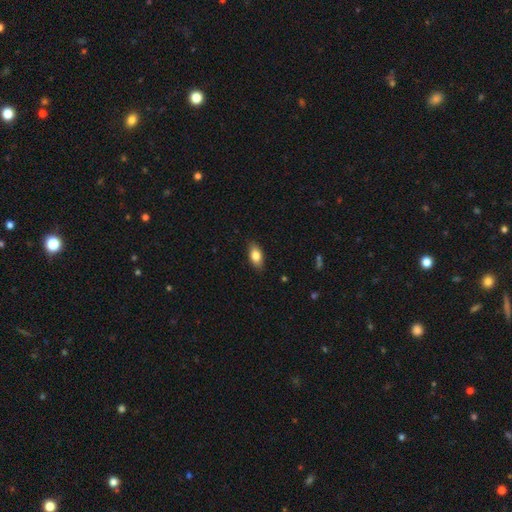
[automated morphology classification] A smooth galaxy with no disk features (80%) that is in between round and cigar-shaped (88%). Merging: none (86%).